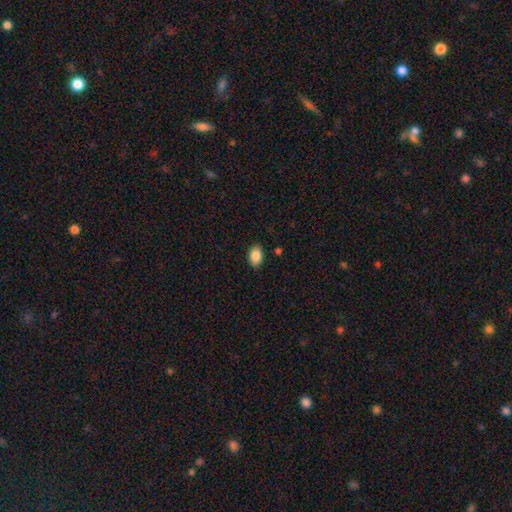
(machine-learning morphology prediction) This appears to be a smooth galaxy with no disk features (88%) that is in between round and cigar-shaped (89%). Merging: none (87%).